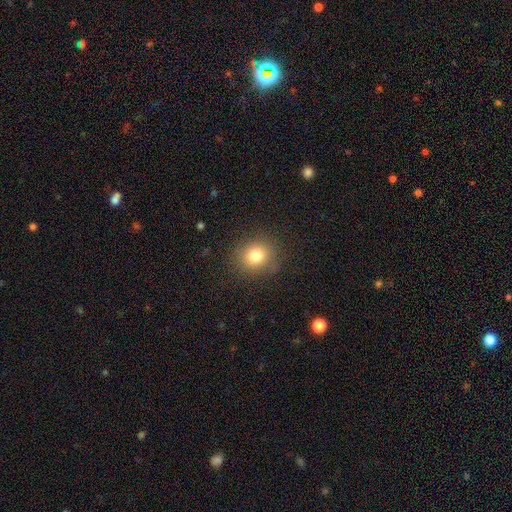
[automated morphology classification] smooth_or_featured: smooth (p=0.80) [alt: star or artifact p=0.12]
how_rounded: round (p=0.77) [alt: in between p=0.22]
merging: none (p=0.85) [alt: minor disturbance p=0.10]